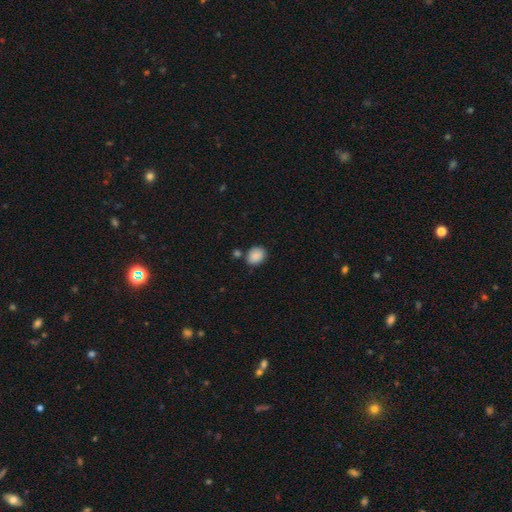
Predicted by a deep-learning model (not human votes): This appears to be a smooth galaxy with no disk features (89%) that is in between round and cigar-shaped (56%). Merging: none (73%).